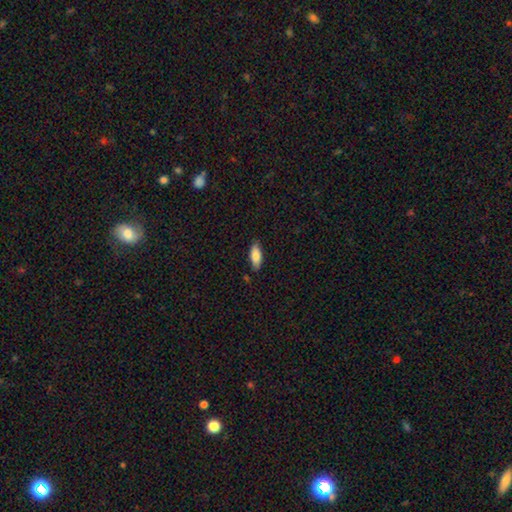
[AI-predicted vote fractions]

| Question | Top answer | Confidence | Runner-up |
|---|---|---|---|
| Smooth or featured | smooth | 84% | featured or disk (10%) |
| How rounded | in between | 74% | cigar-shaped (24%) |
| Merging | none | 82% | minor disturbance (13%) |